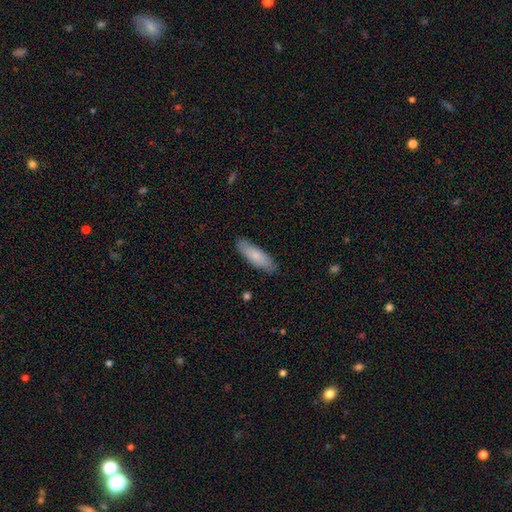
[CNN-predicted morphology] smooth-or-featured: smooth: 76% | featured or disk: 19% | star or artifact: 5%
  how-rounded: in between: 54% | cigar-shaped: 44% | round: 2%
  merging: none: 84% | minor disturbance: 12% | major disturbance: 2% | merger: 1%